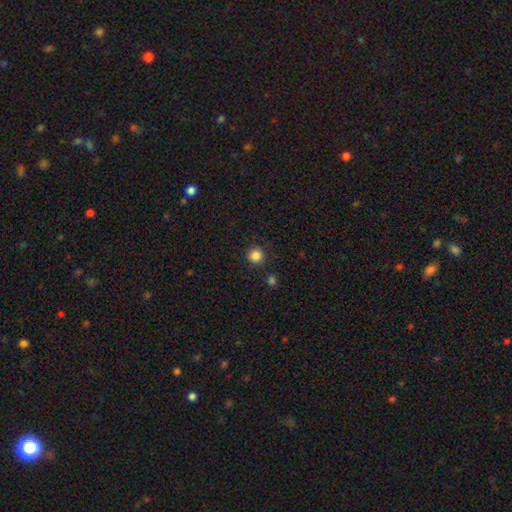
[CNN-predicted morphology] Overall: smooth (84%). How rounded: round (95%). Merging: none (89%).